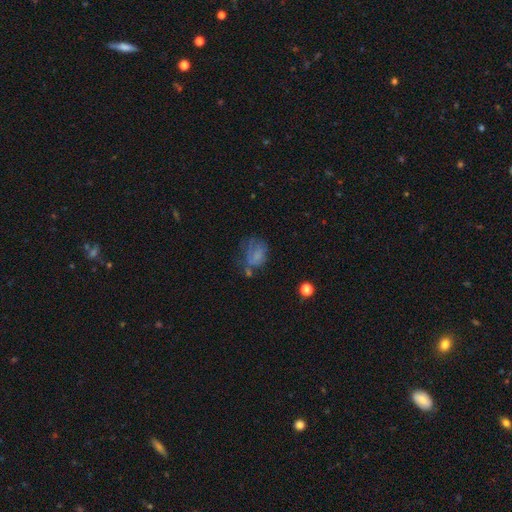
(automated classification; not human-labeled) The model was most divided on "merging": major disturbance: 34%, none: 32%, minor disturbance: 26%, merger: 8%. More confident: how rounded — in between (60%); smooth or featured — smooth (51%).